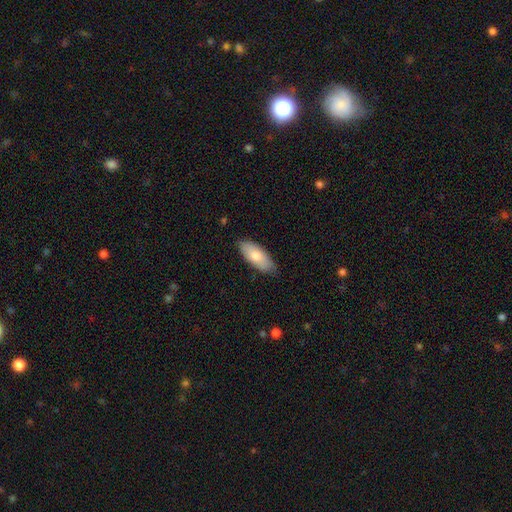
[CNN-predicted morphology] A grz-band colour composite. It shows a smooth galaxy with no disk features (77%) that is in between round and cigar-shaped (85%). Merging: none (82%).